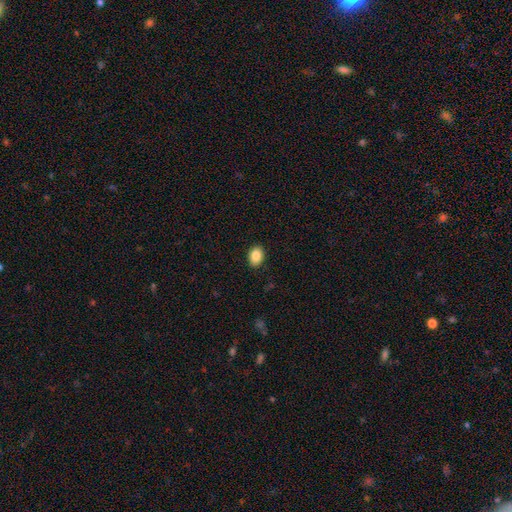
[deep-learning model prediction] A smooth galaxy with no disk features (87%) that is in between round and cigar-shaped (77%). Merging: none (90%).